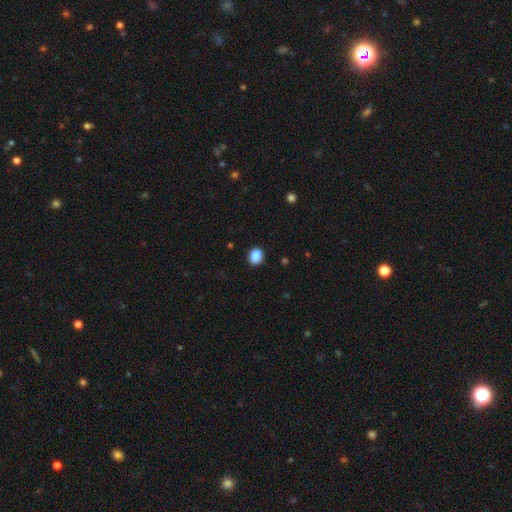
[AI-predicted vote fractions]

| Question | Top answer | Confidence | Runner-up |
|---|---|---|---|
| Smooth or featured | smooth | 88% | star or artifact (9%) |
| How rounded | round | 59% | in between (40%) |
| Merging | none | 91% | minor disturbance (7%) |